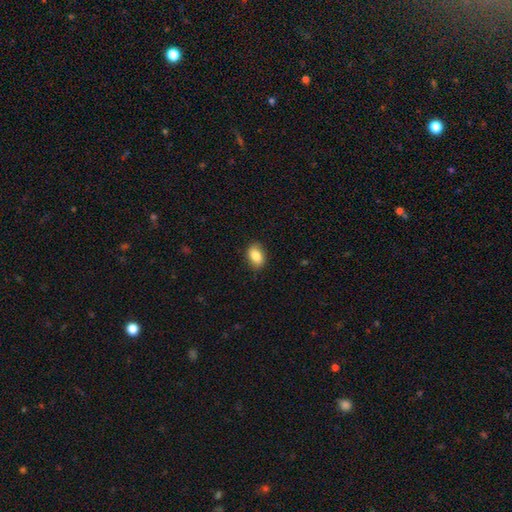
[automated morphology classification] Overall: smooth (85%). How rounded: in between (82%). Merging: none (85%).